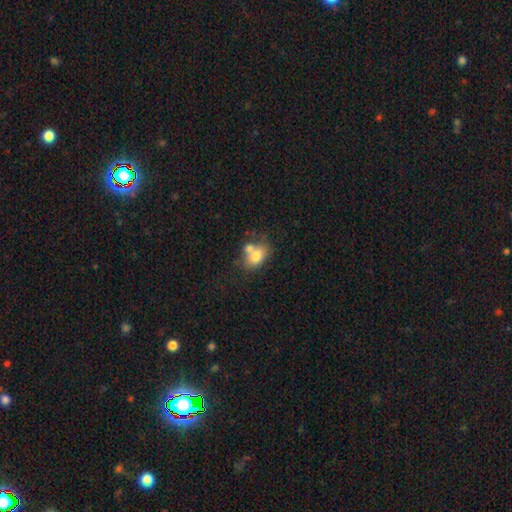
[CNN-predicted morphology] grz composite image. It shows a smooth galaxy with no disk features (74%) that is in between round and cigar-shaped (71%). Merging: merger (41%).